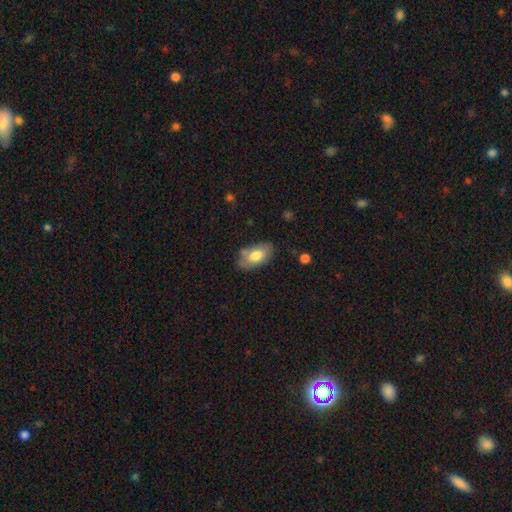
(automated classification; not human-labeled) smooth 73%, featured or disk 21%, star or artifact 7%. Down the decision tree: how rounded — in between (93%); merging — none (69%).